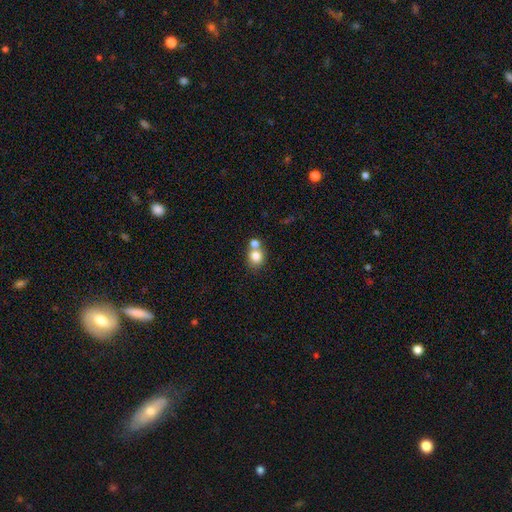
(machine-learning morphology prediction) smooth-or-featured: smooth: 80% | star or artifact: 10% | featured or disk: 10%
  how-rounded: round: 78% | in between: 21% | cigar-shaped: 1%
  merging: none: 48% | merger: 42% | minor disturbance: 8% | major disturbance: 3%